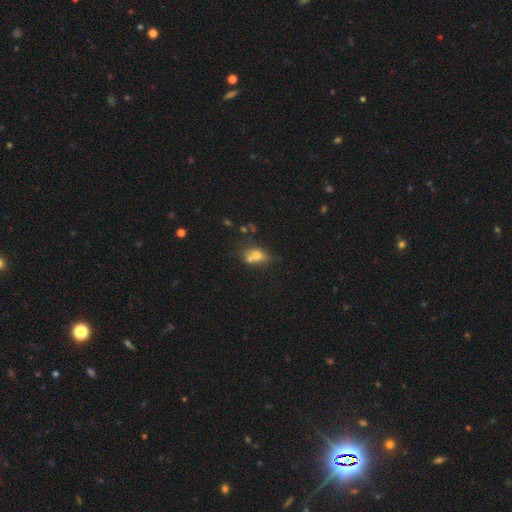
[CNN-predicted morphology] Smooth or featured? smooth (68%)
How rounded? in between (55%)
Merging? merger (47%)